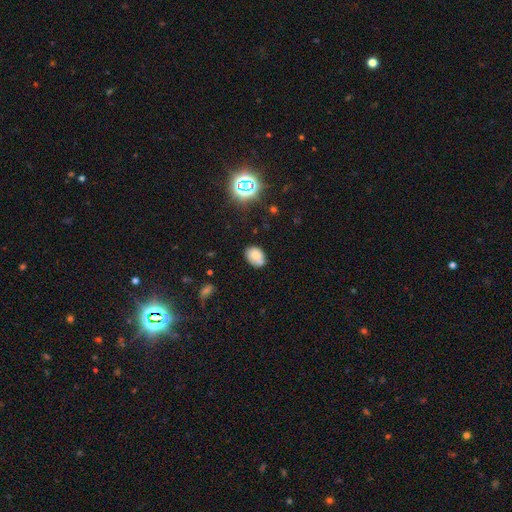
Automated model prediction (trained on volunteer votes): smooth 75%, star or artifact 13%, featured or disk 12%. Down the decision tree: how rounded — in between (78%); merging — none (64%).